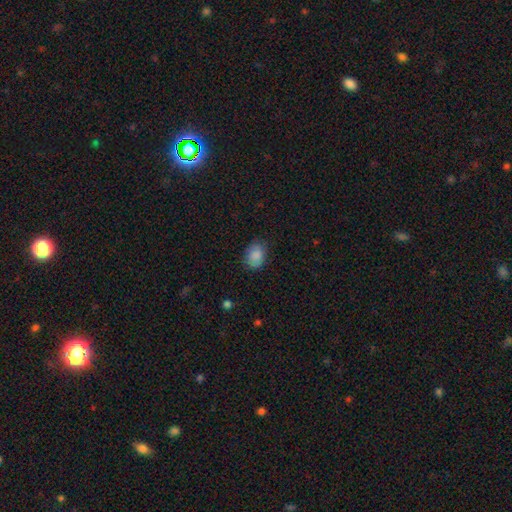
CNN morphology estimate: smooth 87%, star or artifact 8%, featured or disk 6%. Down the decision tree: how rounded — in between (68%); merging — none (78%).